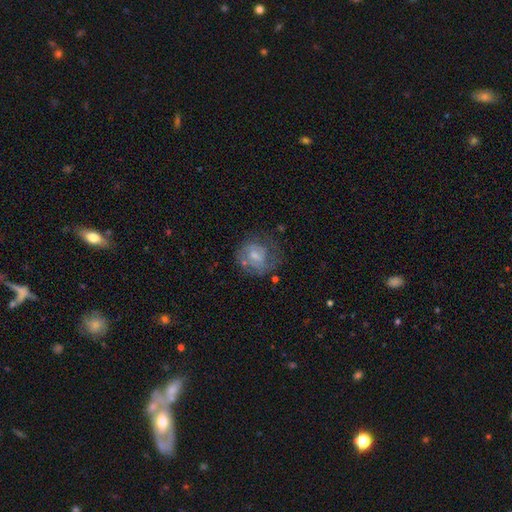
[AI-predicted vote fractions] A featured or disk galaxy (55%) with no bar (47%), spiral arms (66%) and a small central bulge (39%).

Vote fractions:
- Smooth or featured? featured or disk: 55% / smooth: 37% / star or artifact: 8%
- Edge-on disk? no: 97% / yes: 3%
- Bar? no: 47% / weak: 45% / strong: 9%
- Spiral arms? yes: 66% / no: 34%
- Bulge size? small: 39% / moderate: 36% / none: 18% / large: 6% / dominant: 1%
- Merging? none: 48% / major disturbance: 24% / minor disturbance: 24% / merger: 4%